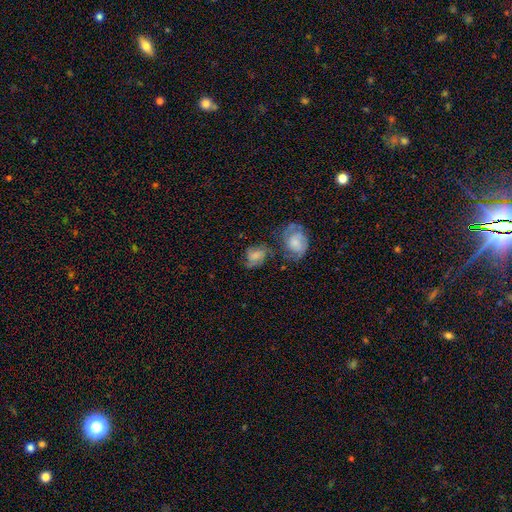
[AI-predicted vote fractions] featured or disk 53%, smooth 38%, star or artifact 10%. Down the decision tree: edge-on disk — no (97%); bar — no (55%); spiral arms — yes (86%); bulge size — small (31%); merging — none (42%).